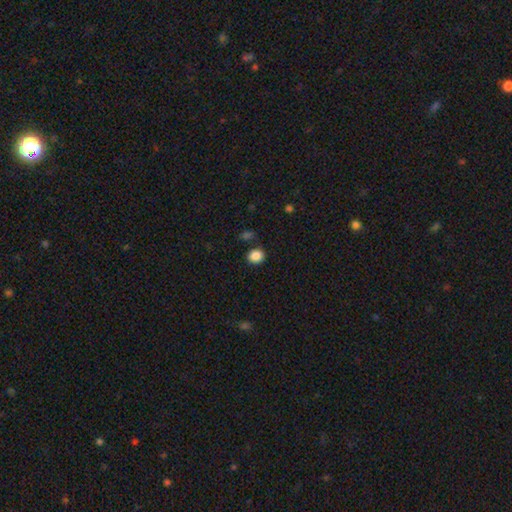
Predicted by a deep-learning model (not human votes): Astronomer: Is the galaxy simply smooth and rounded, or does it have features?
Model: smooth — 87%.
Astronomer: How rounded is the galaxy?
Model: round — 72%.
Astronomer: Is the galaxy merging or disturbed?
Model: none — 83%.